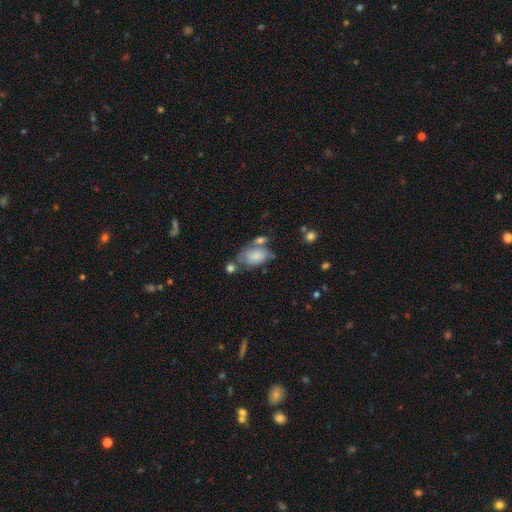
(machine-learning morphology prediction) smooth 77%, featured or disk 16%, star or artifact 7%. Down the decision tree: how rounded — in between (91%); merging — none (39%).